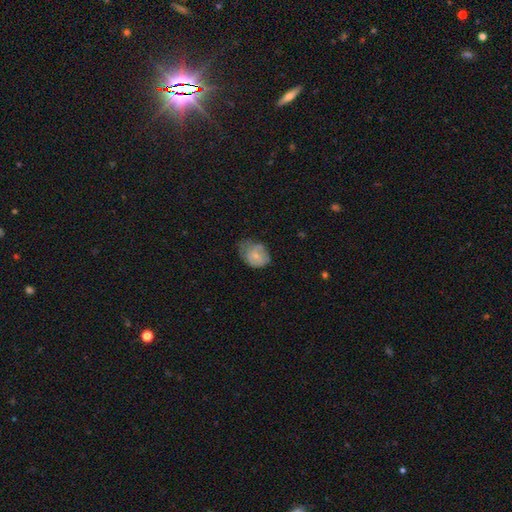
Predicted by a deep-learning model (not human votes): A smooth galaxy with no disk features (63%) that is in between round and cigar-shaped (61%).

Vote fractions:
- Smooth or featured? smooth: 63% / featured or disk: 29% / star or artifact: 8%
- How rounded? in between: 61% / round: 38% / cigar-shaped: 1%
- Merging? minor disturbance: 42% / none: 32% / major disturbance: 25% / merger: 2%